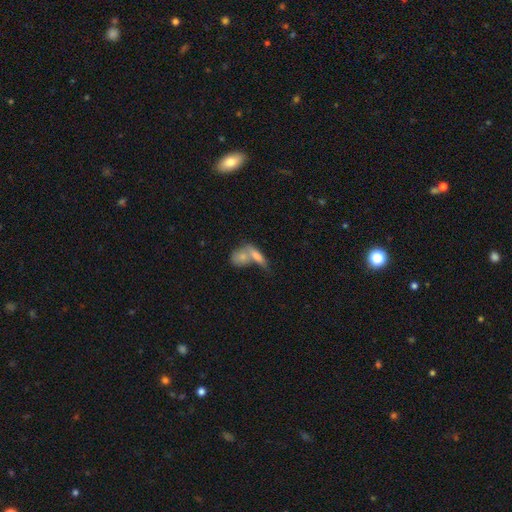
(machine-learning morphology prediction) Smooth or featured? Predicted: smooth (p=0.65). How rounded? Predicted: in between (p=0.60). Merging? Predicted: merger (p=0.57).